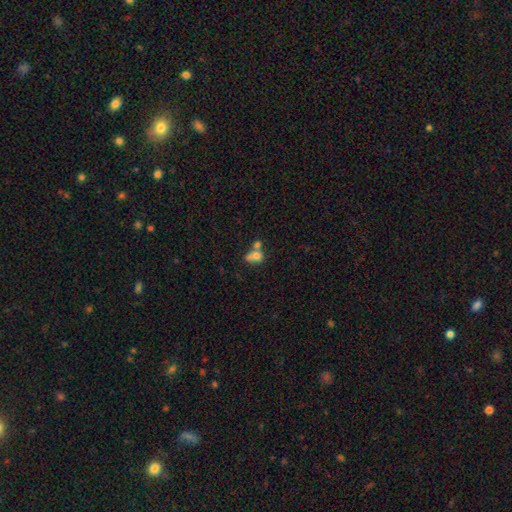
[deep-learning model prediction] Morphology: type=smooth (70%); roundness=in between (53%); merging=merger (56%).